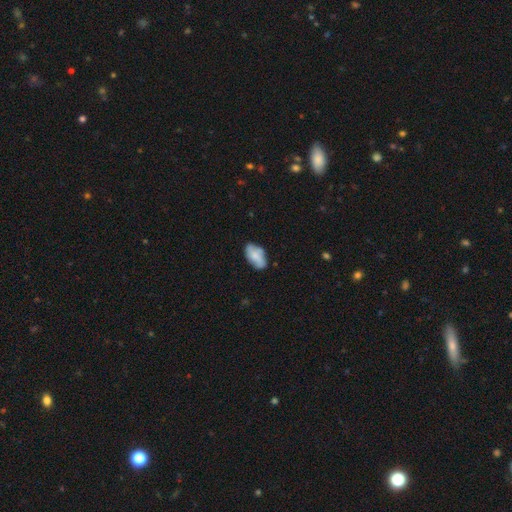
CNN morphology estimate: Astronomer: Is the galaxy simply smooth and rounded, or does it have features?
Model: smooth — 66%.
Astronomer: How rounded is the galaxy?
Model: in between — 93%.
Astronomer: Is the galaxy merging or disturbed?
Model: none — 70%.